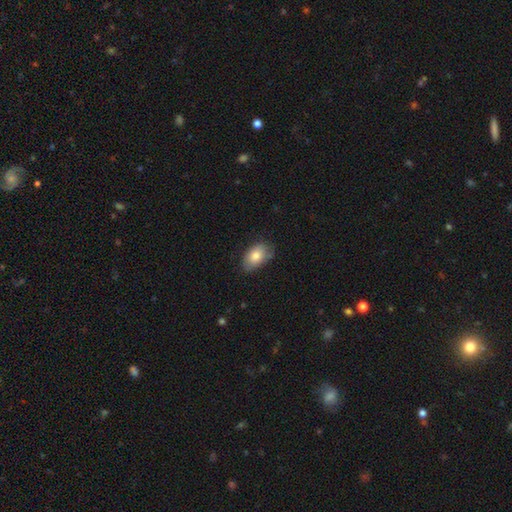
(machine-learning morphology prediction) Overall: smooth (77%). How rounded: in between (92%). Merging: none (72%).